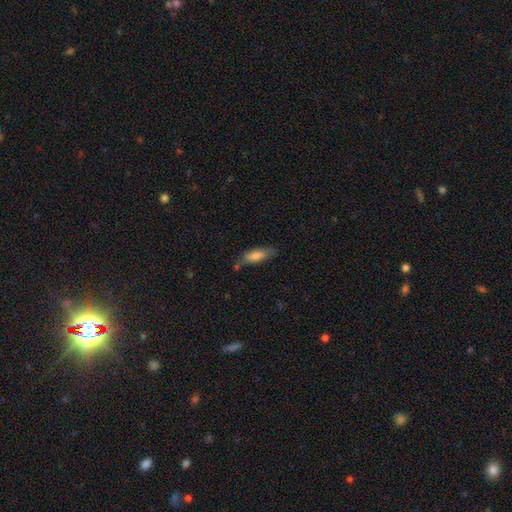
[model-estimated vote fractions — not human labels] Smooth or featured?
  - smooth: 74% *
  - featured or disk: 19%
  - star or artifact: 7%
How rounded?
  - in between: 52% *
  - cigar-shaped: 46%
  - round: 2%
Merging?
  - none: 67% *
  - minor disturbance: 22%
  - merger: 6%
  - major disturbance: 5%